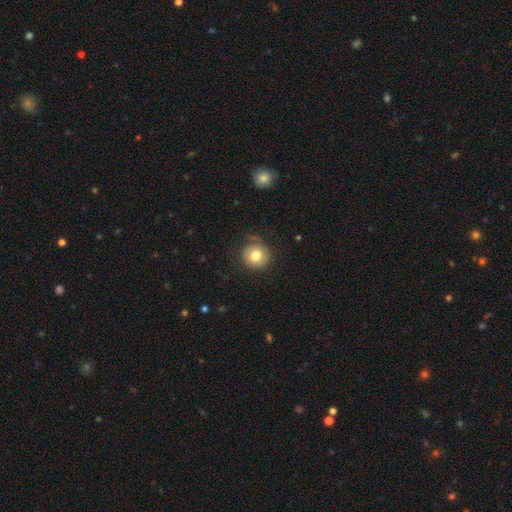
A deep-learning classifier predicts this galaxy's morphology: A smooth galaxy with no disk features (74%) that is round (89%). Merging: none (69%).